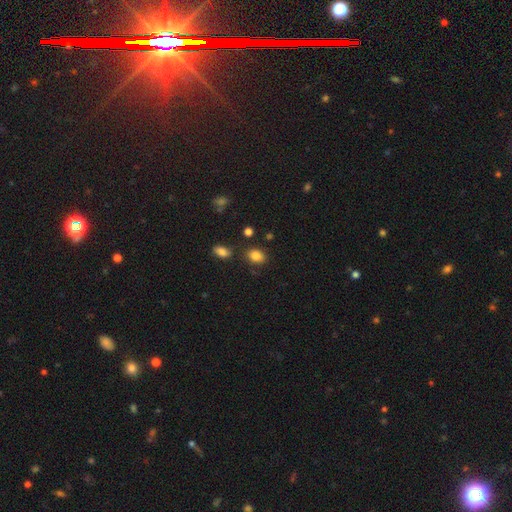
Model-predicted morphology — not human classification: Smooth or featured: smooth — 84% (star or artifact — 10%)
How rounded: in between — 69% (round — 30%)
Merging: none — 79% (minor disturbance — 12%)